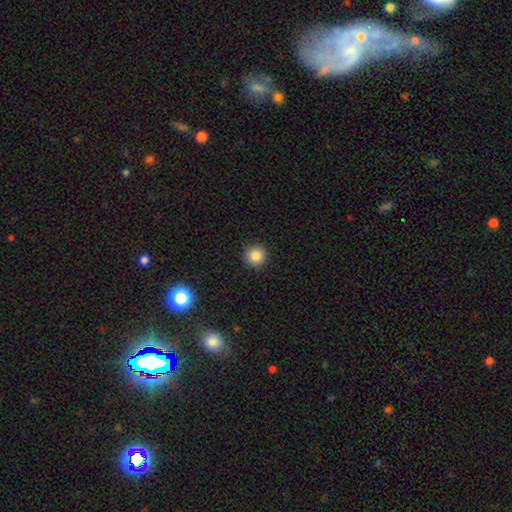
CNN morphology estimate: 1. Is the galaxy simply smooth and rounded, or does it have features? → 86% smooth, 11% star or artifact, 3% featured or disk.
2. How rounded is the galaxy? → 95% round, 4% in between, 1% cigar-shaped.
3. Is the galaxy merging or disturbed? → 92% none, 5% minor disturbance, 2% major disturbance, 1% merger.